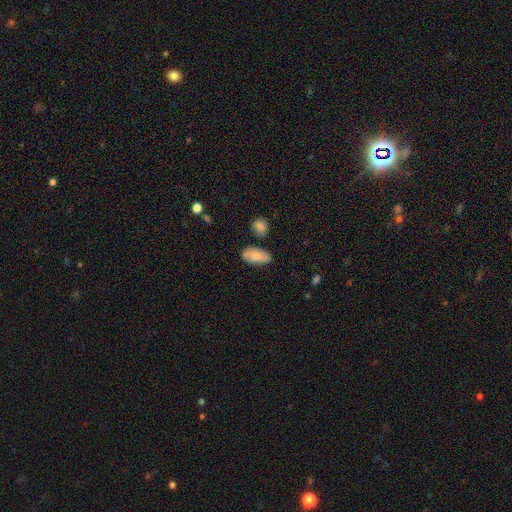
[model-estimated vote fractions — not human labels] Smooth or featured?
  - smooth: 76% *
  - featured or disk: 17%
  - star or artifact: 7%
How rounded?
  - in between: 91% *
  - cigar-shaped: 4%
  - round: 4%
Merging?
  - none: 63% *
  - minor disturbance: 26%
  - merger: 6%
  - major disturbance: 5%